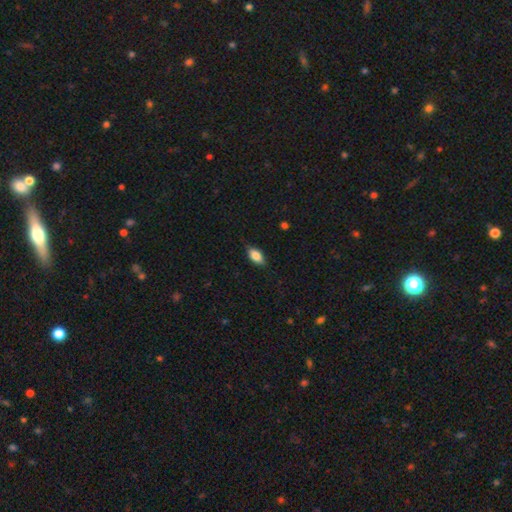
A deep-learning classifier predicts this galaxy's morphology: Smooth or featured: smooth — 82% (featured or disk — 11%)
How rounded: in between — 88% (cigar-shaped — 8%)
Merging: none — 83% (minor disturbance — 14%)